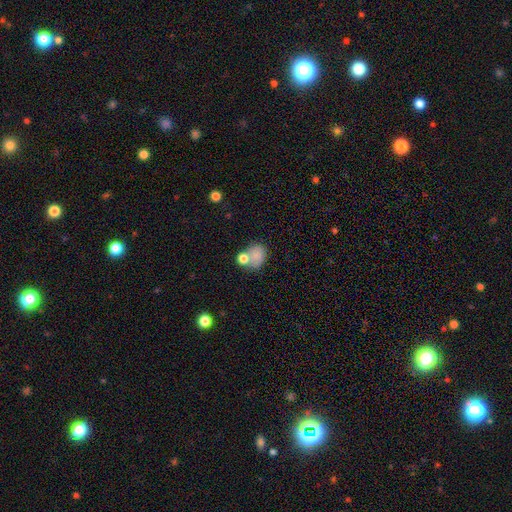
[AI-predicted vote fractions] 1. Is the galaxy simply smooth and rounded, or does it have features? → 79% smooth, 11% featured or disk, 10% star or artifact.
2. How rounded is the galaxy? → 54% round, 45% in between, 1% cigar-shaped.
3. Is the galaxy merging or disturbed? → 44% none, 31% merger, 16% minor disturbance, 8% major disturbance.